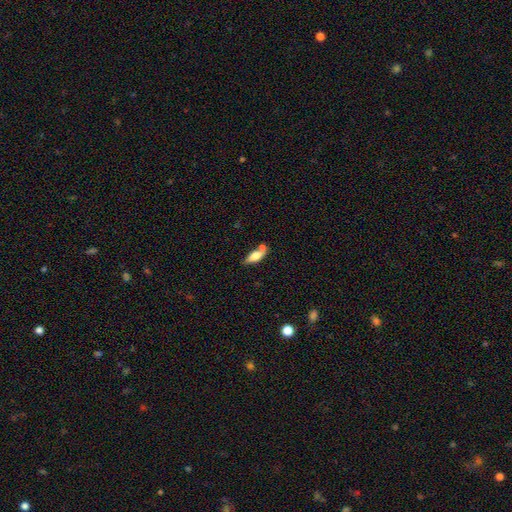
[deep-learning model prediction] Q: Smooth or featured?
A: smooth (70%); runner-up: featured or disk (23%)
Q: How rounded?
A: in between (71%); runner-up: cigar-shaped (26%)
Q: Merging?
A: none (52%); runner-up: merger (25%)